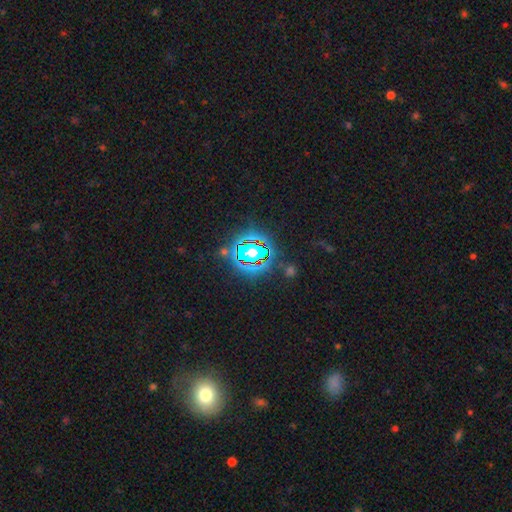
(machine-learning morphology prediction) smooth-or-featured: star or artifact: 72% | smooth: 16% | featured or disk: 12%